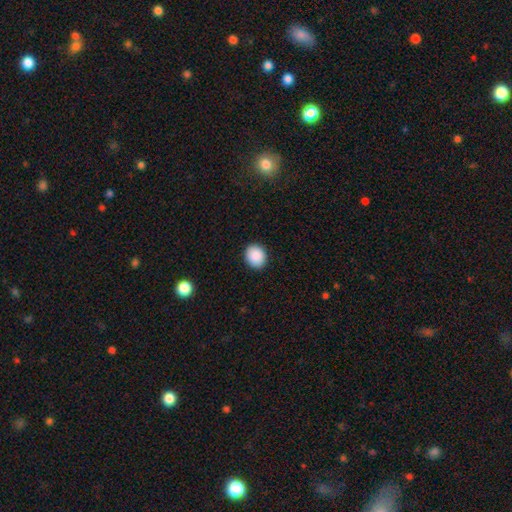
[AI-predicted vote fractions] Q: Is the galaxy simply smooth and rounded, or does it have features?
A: smooth — 90%.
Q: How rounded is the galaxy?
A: round — 67%.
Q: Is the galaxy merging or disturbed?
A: none — 91%.